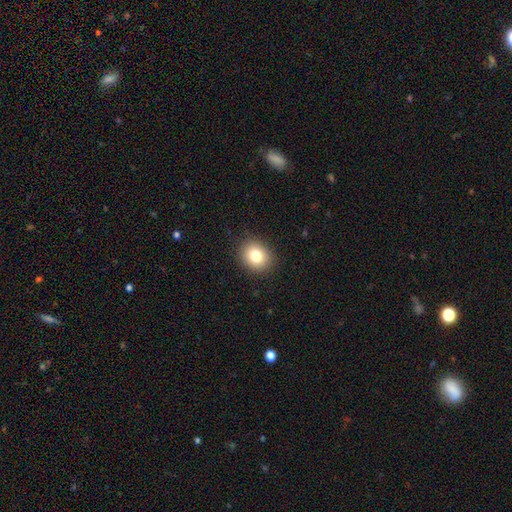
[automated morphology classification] This is clearly a smooth galaxy (81%). How rounded: likely round (63%). Merging: clearly none (89%).